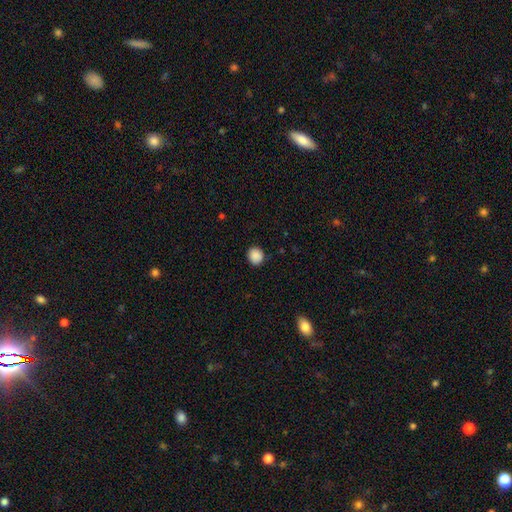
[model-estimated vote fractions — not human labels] Smooth or featured? Predicted: smooth (p=0.89). How rounded? Predicted: round (p=0.82). Merging? Predicted: none (p=0.89).